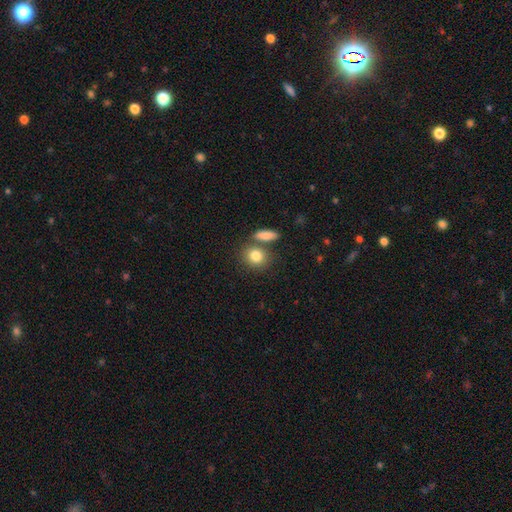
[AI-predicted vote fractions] This appears to be a smooth galaxy with no disk features (83%) that is round (60%). Merging: none (61%).